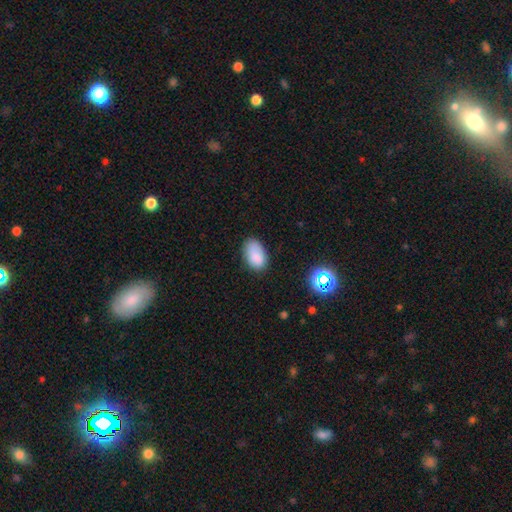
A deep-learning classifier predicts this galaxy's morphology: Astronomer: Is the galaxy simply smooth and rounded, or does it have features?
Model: smooth — 84%.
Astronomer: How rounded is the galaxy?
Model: in between — 91%.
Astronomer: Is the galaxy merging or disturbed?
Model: none — 72%.